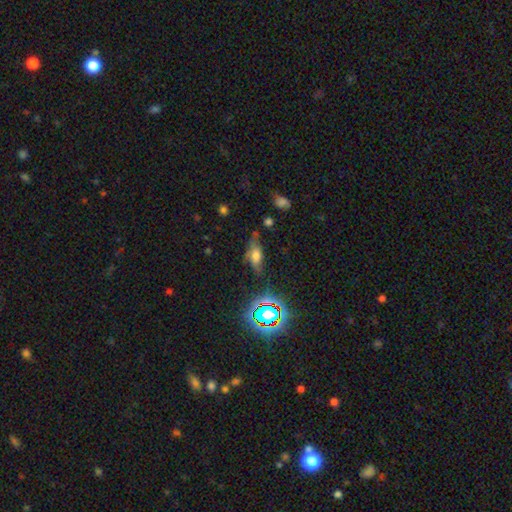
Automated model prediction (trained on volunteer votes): Smooth or featured? smooth (53%)
How rounded? in between (70%)
Merging? none (58%)